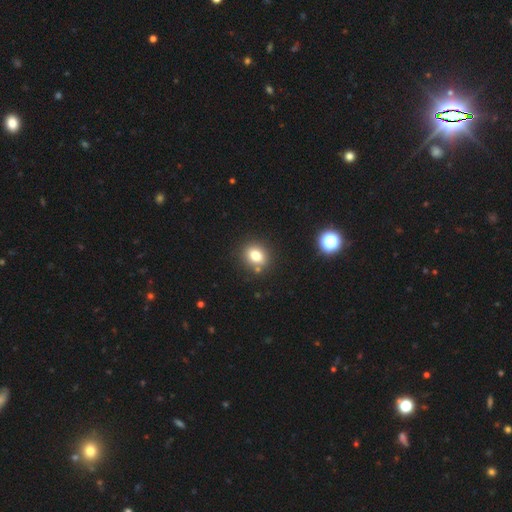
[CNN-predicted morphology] type=smooth (78%); roundness=round (55%); merging=none (83%).